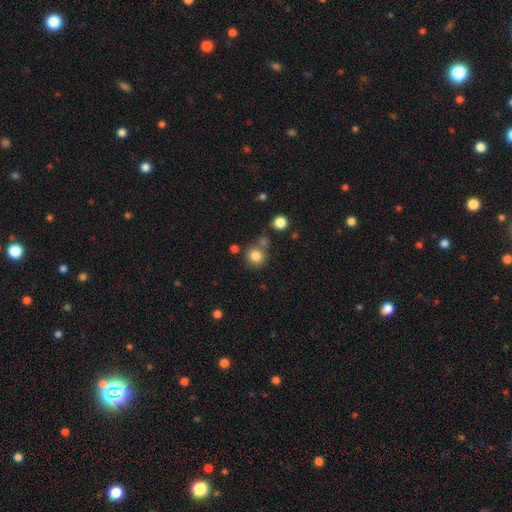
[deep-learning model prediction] Smooth or featured? Predicted: smooth (p=0.82). How rounded? Predicted: round (p=0.88). Merging? Predicted: none (p=0.70).